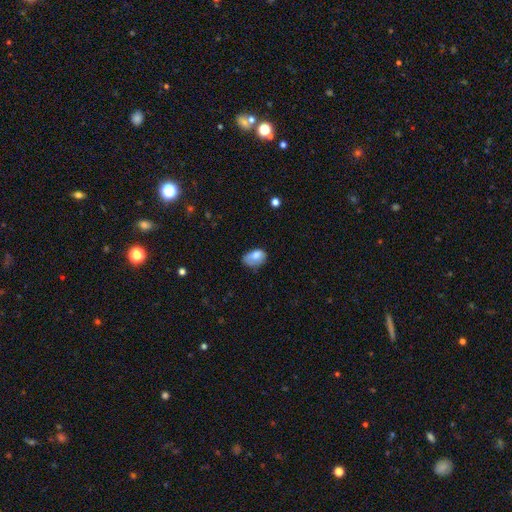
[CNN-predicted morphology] This is likely a smooth galaxy (73%). How rounded: clearly in between (86%). Merging: marginally none (42%).